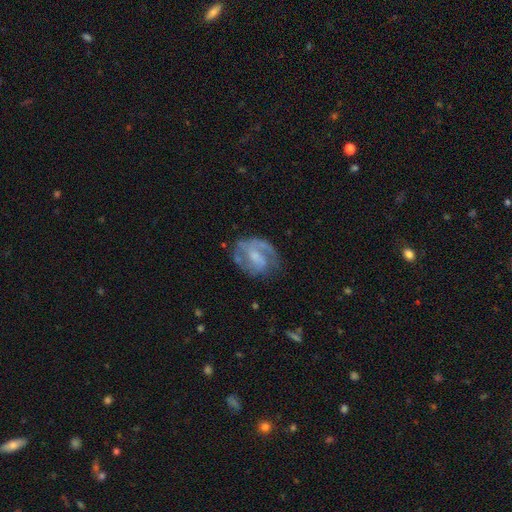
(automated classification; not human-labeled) The model was most divided on "bar": weak: 46%, no: 41%, strong: 13%. Remaining: edge-on disk — no (98%); spiral arms — yes (87%); smooth or featured — featured or disk (79%); merging — none (62%); spiral arm count — 2 (60%); spiral winding — medium (47%); bulge size — small (43%).